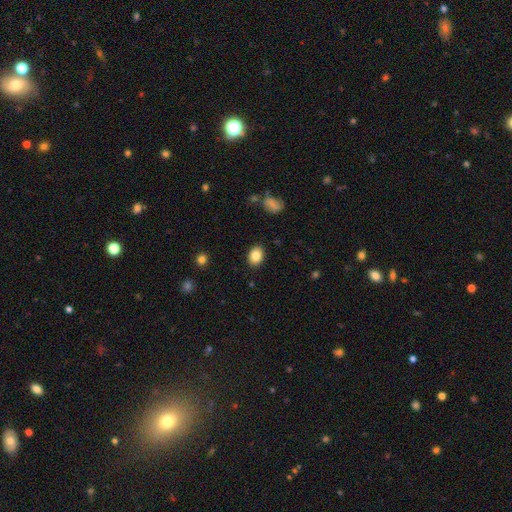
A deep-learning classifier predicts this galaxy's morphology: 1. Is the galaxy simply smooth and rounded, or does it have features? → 84% smooth, 9% star or artifact, 7% featured or disk.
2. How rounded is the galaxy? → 64% in between, 35% round, 1% cigar-shaped.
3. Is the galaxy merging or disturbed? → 89% none, 8% minor disturbance, 2% major disturbance, 1% merger.